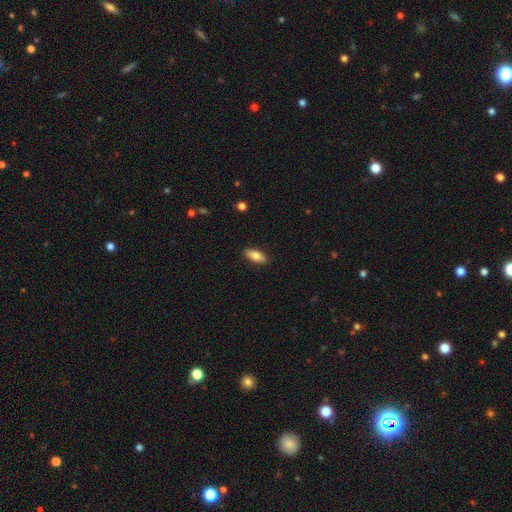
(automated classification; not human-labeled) A smooth galaxy with no disk features (78%) that is in between round and cigar-shaped (81%). Merging: none (88%).